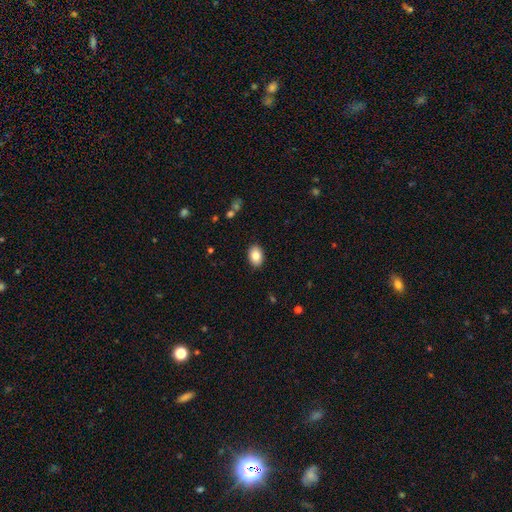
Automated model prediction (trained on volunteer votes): The model was most divided on "how rounded": in between: 82%, round: 17%, cigar-shaped: 1%. More confident: merging — none (89%); smooth or featured — smooth (84%).